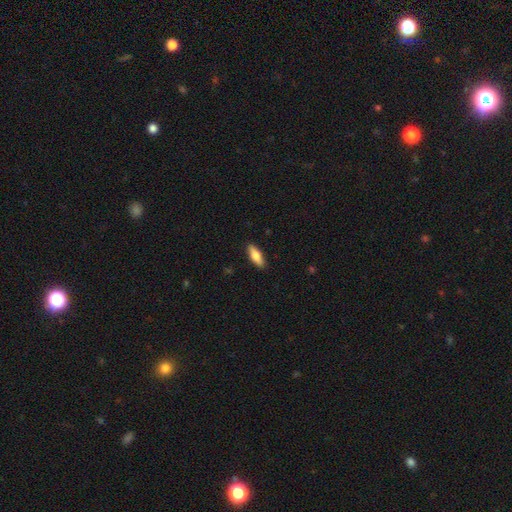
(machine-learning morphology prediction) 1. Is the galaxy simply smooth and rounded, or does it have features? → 72% smooth, 22% featured or disk, 6% star or artifact.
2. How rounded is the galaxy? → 59% in between, 38% cigar-shaped, 2% round.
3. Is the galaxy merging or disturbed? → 89% none, 8% minor disturbance, 2% major disturbance, 1% merger.